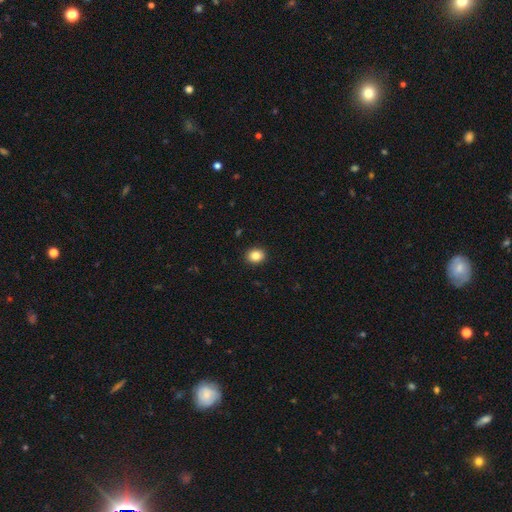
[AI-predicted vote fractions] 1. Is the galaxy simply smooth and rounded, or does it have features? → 85% smooth, 9% star or artifact, 6% featured or disk.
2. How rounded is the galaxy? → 60% round, 39% in between, 1% cigar-shaped.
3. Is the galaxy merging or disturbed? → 92% none, 6% minor disturbance, 2% major disturbance, 1% merger.